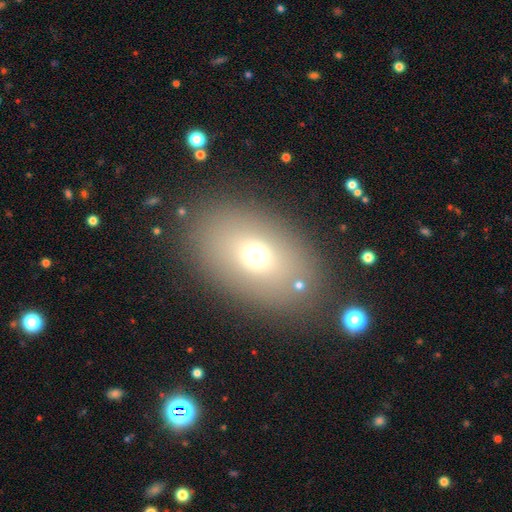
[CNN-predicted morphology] A smooth galaxy with no disk features (67%) that is in between round and cigar-shaped (78%). Merging: none (81%).